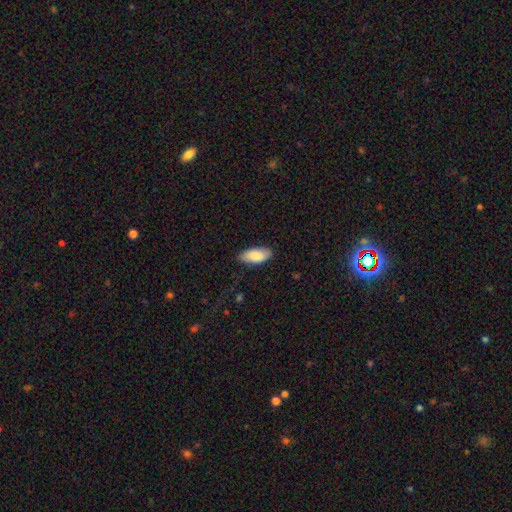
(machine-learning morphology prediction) A smooth galaxy with no disk features (84%) that is in between round and cigar-shaped (88%). Merging: none (83%).